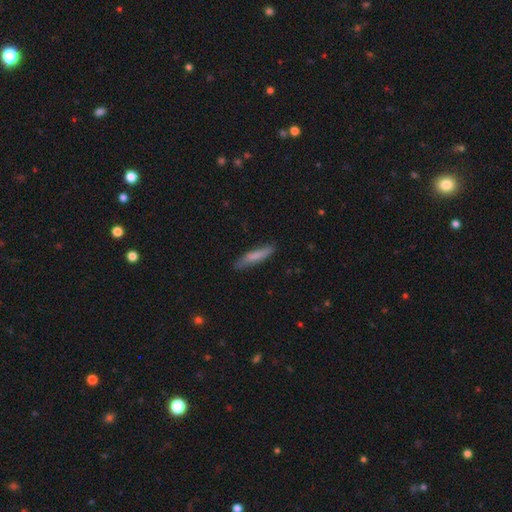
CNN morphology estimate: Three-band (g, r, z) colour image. It shows a smooth galaxy with no disk features (73%) that is cigar-shaped (88%). Merging: none (81%).